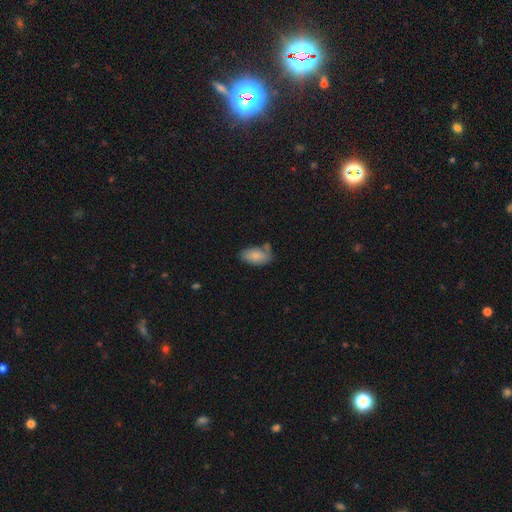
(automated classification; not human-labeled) smooth-or-featured: smooth: 79% | featured or disk: 14% | star or artifact: 7%
  how-rounded: in between: 93% | round: 4% | cigar-shaped: 3%
  merging: none: 59% | minor disturbance: 24% | merger: 11% | major disturbance: 6%